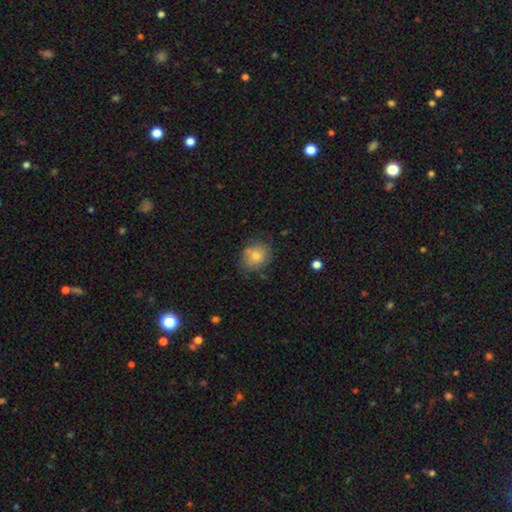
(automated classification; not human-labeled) A smooth galaxy with no disk features (73%) that is round (64%). Merging: none (71%).